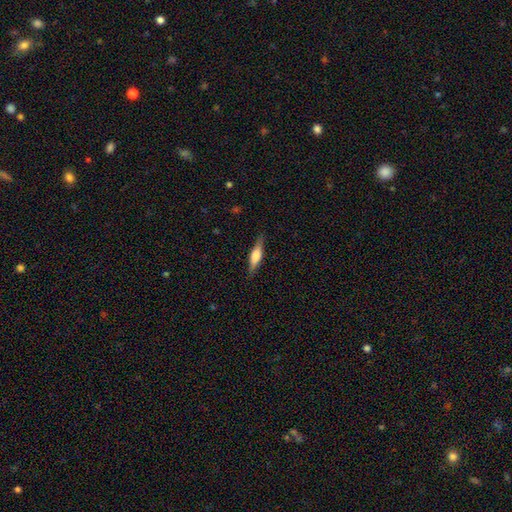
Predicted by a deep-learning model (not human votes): Smooth or featured? smooth (48%)
Merging? none (86%)